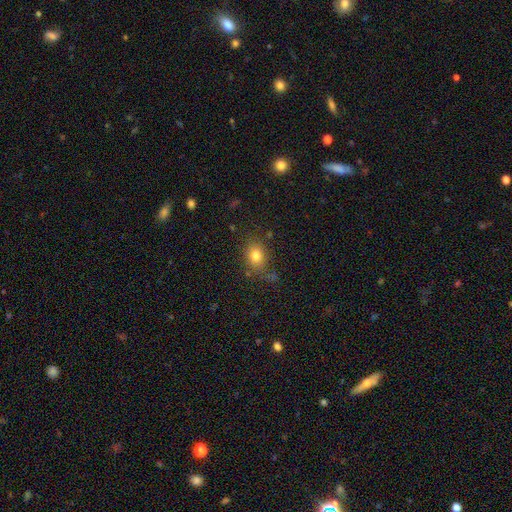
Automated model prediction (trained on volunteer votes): The model was most divided on "how rounded": in between: 56%, round: 43%, cigar-shaped: 1%. More confident: smooth or featured — smooth (79%); merging — none (73%).